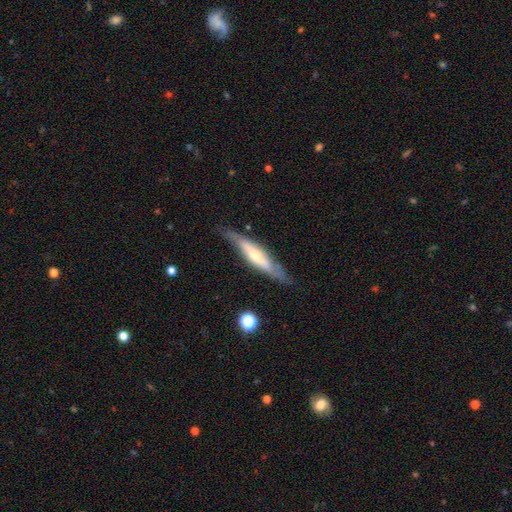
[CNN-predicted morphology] Smooth or featured? featured or disk (52%)
Edge-on disk? yes (79%)
Merging? none (77%)